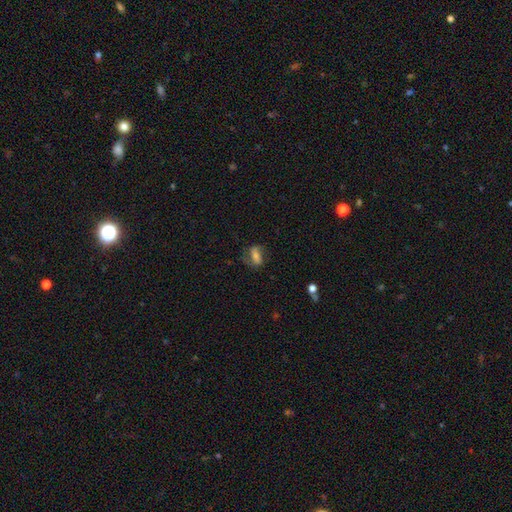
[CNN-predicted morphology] smooth-or-featured: smooth: 49% | featured or disk: 40% | star or artifact: 11%
  merging: none: 62% | minor disturbance: 22% | major disturbance: 14% | merger: 2%